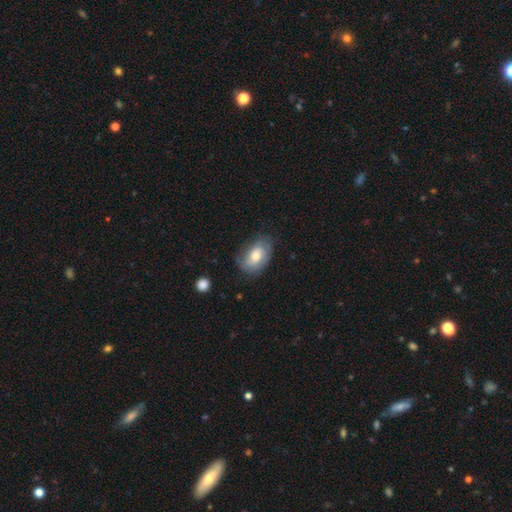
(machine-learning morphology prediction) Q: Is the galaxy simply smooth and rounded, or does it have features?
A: smooth — 54%.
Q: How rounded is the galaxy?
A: in between — 87%.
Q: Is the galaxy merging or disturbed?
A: none — 68%.